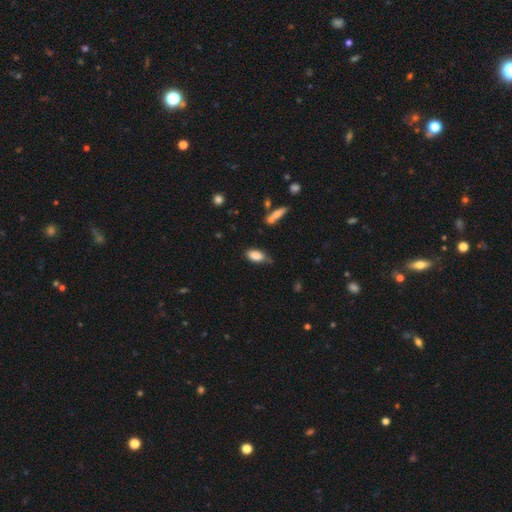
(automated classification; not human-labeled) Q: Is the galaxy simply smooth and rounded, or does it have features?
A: smooth — 84%.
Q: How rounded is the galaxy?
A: in between — 89%.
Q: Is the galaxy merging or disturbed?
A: none — 64%.